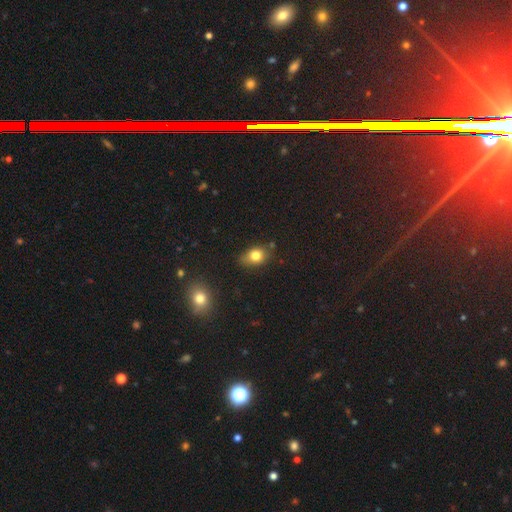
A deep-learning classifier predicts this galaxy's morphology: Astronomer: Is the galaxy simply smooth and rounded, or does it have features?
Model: smooth — 79%.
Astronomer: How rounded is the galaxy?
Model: in between — 68%.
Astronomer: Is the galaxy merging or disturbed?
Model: none — 70%.